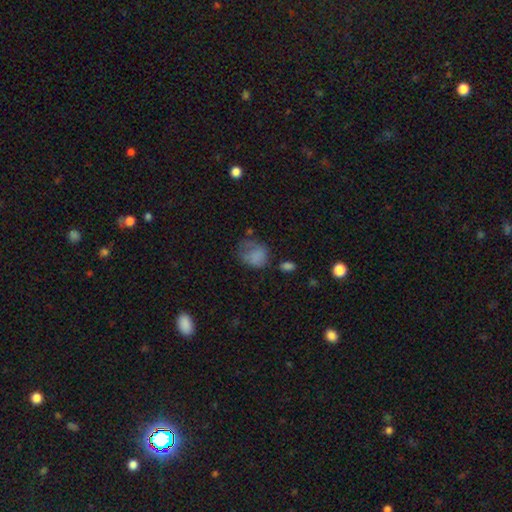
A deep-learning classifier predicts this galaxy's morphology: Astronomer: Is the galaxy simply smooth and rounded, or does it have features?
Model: smooth — 74%.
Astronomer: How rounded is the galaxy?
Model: round — 55% (runner-up: in between, 44%).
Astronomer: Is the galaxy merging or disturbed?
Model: none — 36% (runner-up: minor disturbance, 30%).